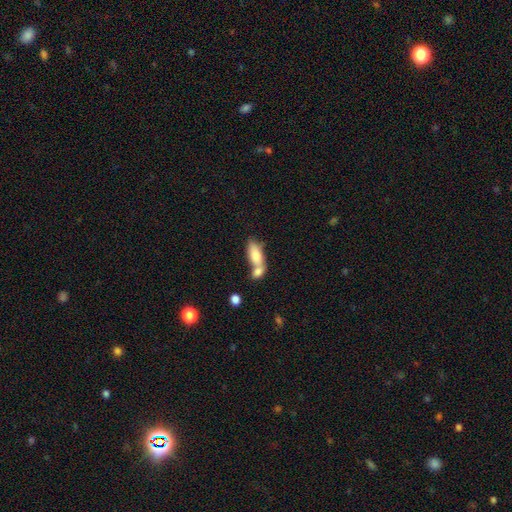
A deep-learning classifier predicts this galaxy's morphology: Smooth or featured? smooth (76%)
How rounded? in between (81%)
Merging? merger (62%)